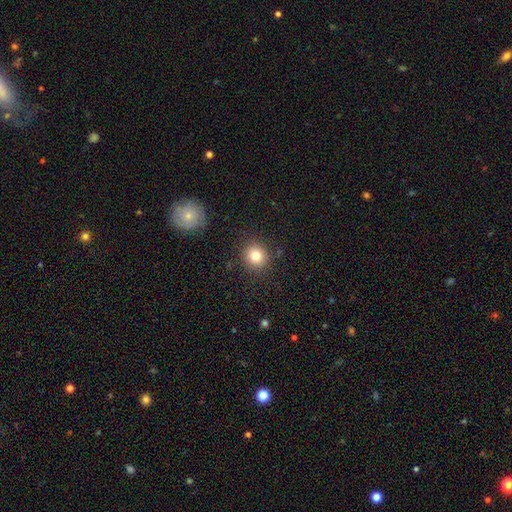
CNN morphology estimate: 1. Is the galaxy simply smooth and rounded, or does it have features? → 79% smooth, 12% star or artifact, 9% featured or disk.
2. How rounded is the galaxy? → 89% round, 10% in between, 1% cigar-shaped.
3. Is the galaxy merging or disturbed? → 88% none, 8% minor disturbance, 3% major disturbance, 2% merger.